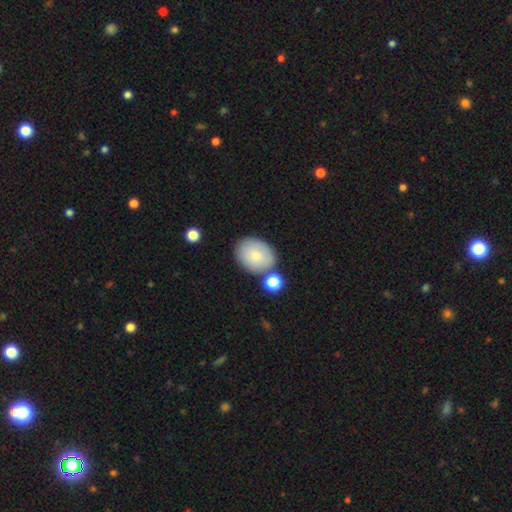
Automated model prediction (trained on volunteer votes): smooth 77%, featured or disk 16%, star or artifact 7%. Down the decision tree: how rounded — in between (61%); merging — none (73%).